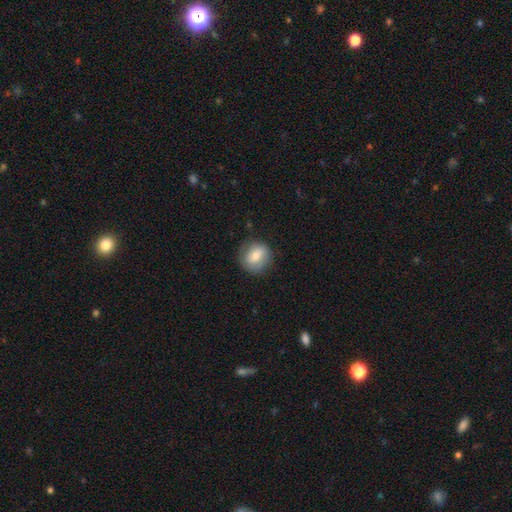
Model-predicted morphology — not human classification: A smooth galaxy with no disk features (66%) that is round (76%). Merging: none (77%).